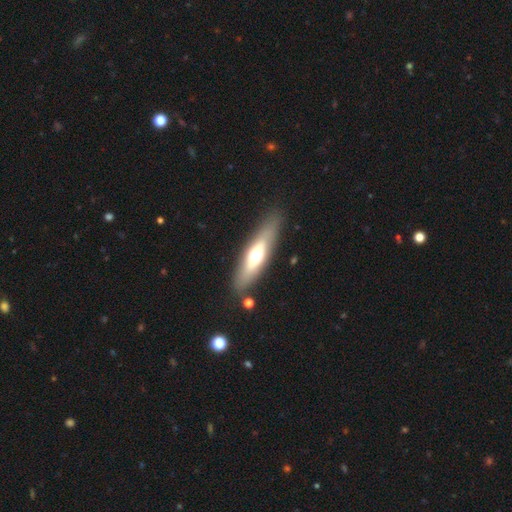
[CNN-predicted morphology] This appears to be a smooth galaxy with no disk features (48%). Merging: none (82%).